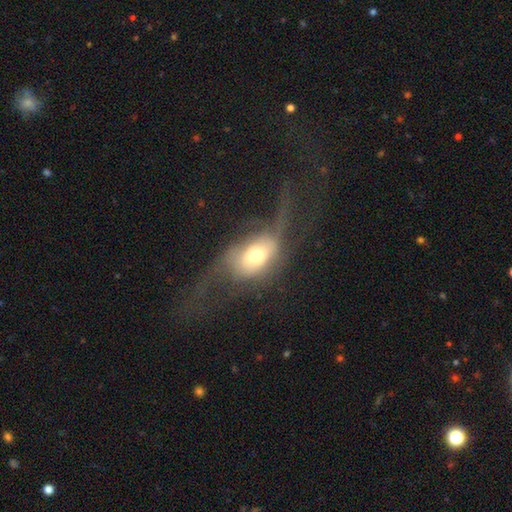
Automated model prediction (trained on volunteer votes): smooth-or-featured: smooth: 48% | featured or disk: 44% | star or artifact: 9%
  merging: major disturbance: 57% | none: 24% | minor disturbance: 16% | merger: 4%